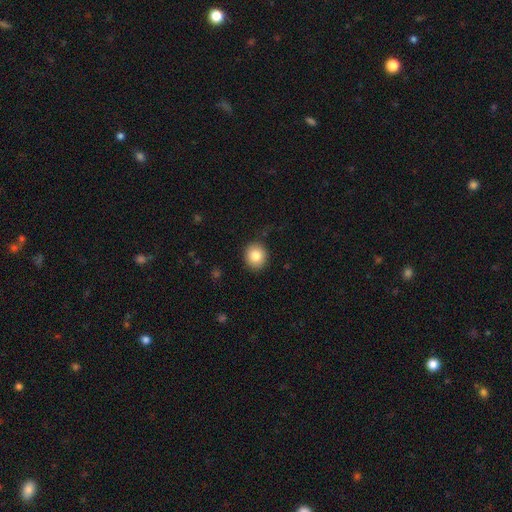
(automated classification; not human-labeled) This is clearly a smooth galaxy (83%). How rounded: clearly round (83%). Merging: clearly none (88%).